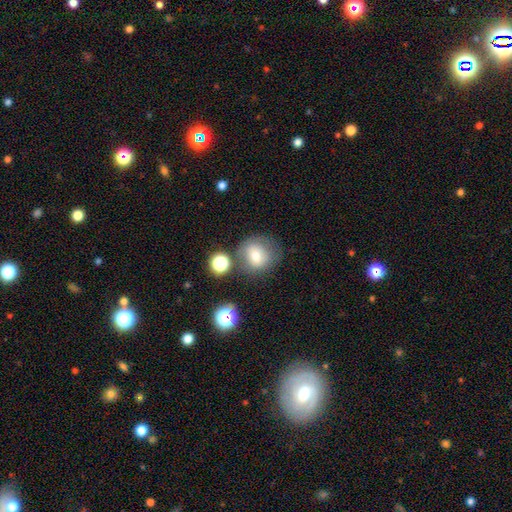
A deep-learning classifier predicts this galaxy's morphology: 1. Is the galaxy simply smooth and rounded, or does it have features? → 71% smooth, 17% featured or disk, 12% star or artifact.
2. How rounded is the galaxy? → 78% round, 21% in between, 1% cigar-shaped.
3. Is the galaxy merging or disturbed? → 64% none, 18% minor disturbance, 10% merger, 8% major disturbance.